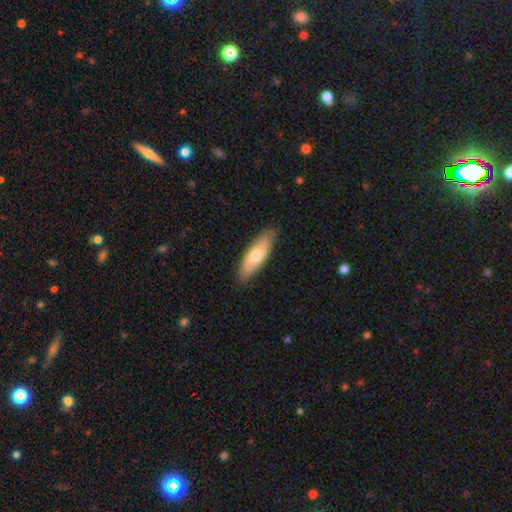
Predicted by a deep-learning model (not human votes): smooth-or-featured: smooth: 61% | featured or disk: 34% | star or artifact: 5%
  how-rounded: in between: 60% | cigar-shaped: 38% | round: 2%
  merging: none: 84% | minor disturbance: 13% | major disturbance: 2% | merger: 1%